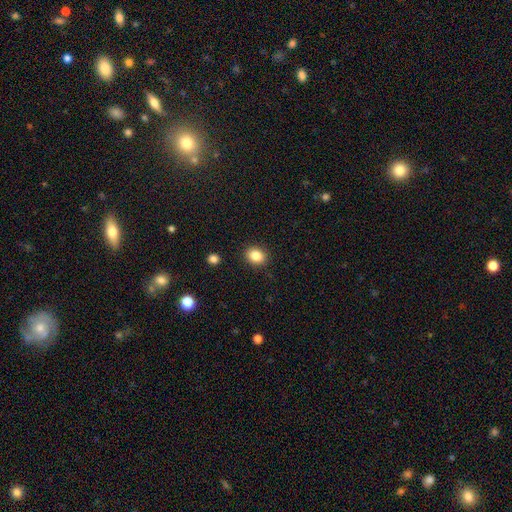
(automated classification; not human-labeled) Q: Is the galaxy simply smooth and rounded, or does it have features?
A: smooth — 84%.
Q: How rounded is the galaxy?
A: in between — 50%.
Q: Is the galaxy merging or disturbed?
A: none — 90%.